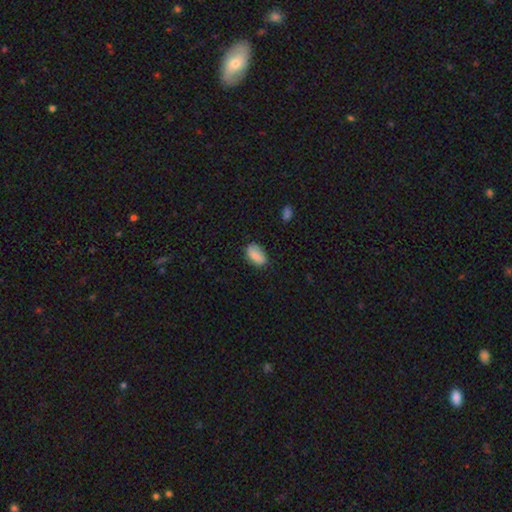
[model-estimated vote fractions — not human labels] This appears to be a smooth galaxy with no disk features (84%) that is in between round and cigar-shaped (91%). Merging: none (75%).